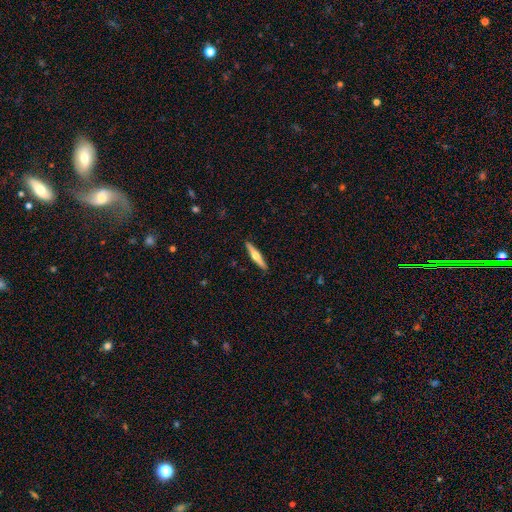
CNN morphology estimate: A featured or disk galaxy (60%) viewed edge-on (97%) with a rounded central bulge (93%). Merging: none (91%).